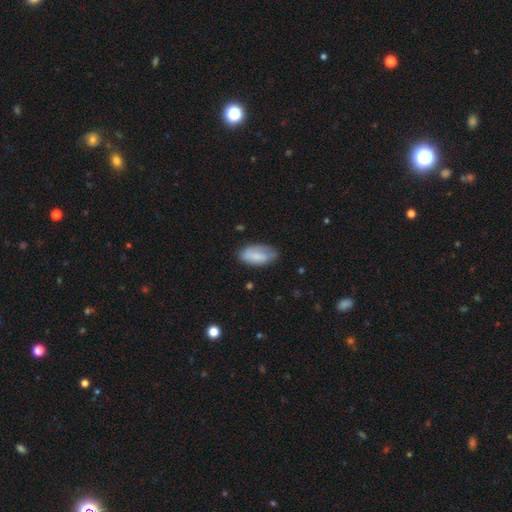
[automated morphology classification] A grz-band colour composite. It shows a smooth galaxy with no disk features (78%) that is in between round and cigar-shaped (93%). Merging: none (66%).